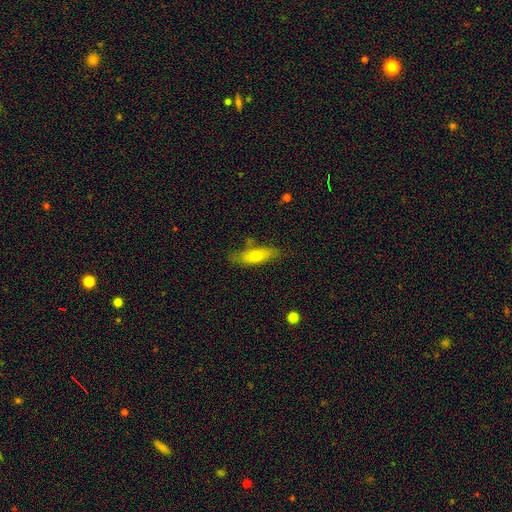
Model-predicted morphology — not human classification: Smooth or featured: smooth — 68% (featured or disk — 25%)
How rounded: in between — 52% (cigar-shaped — 45%)
Merging: none — 71% (minor disturbance — 20%)